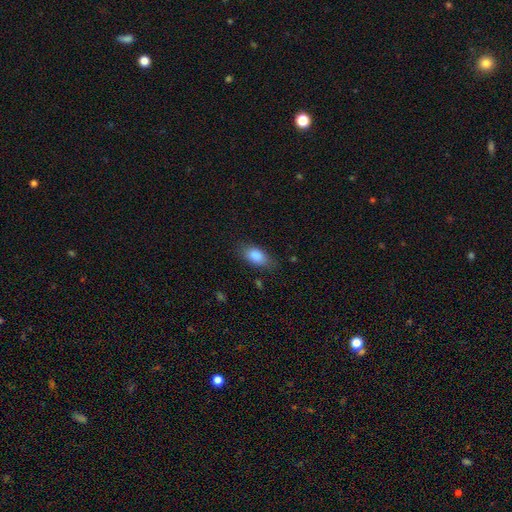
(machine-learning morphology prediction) smooth 86%, star or artifact 7%, featured or disk 7%. Down the decision tree: how rounded — in between (88%); merging — none (72%).